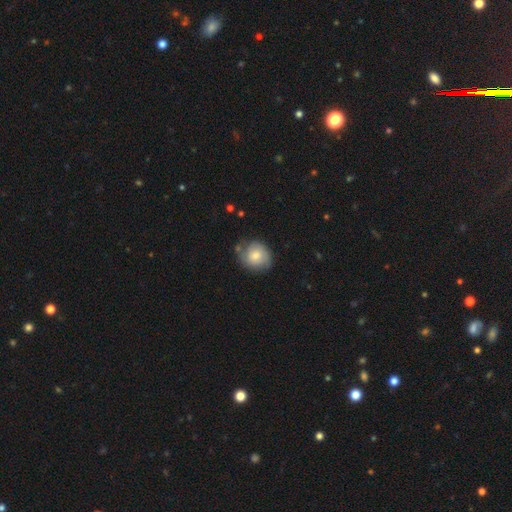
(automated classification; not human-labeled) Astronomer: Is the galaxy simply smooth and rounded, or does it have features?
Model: smooth — 62%.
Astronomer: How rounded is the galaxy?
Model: round — 79%.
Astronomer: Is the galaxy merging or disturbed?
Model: none — 65%.